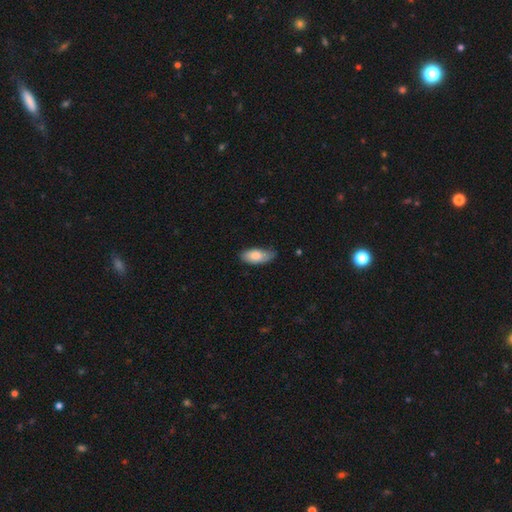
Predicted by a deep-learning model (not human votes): A smooth galaxy with no disk features (82%) that is in between round and cigar-shaped (89%).

Vote fractions:
- Smooth or featured? smooth: 82% / featured or disk: 12% / star or artifact: 6%
- How rounded? in between: 89% / cigar-shaped: 8% / round: 2%
- Merging? none: 65% / minor disturbance: 29% / major disturbance: 4% / merger: 1%